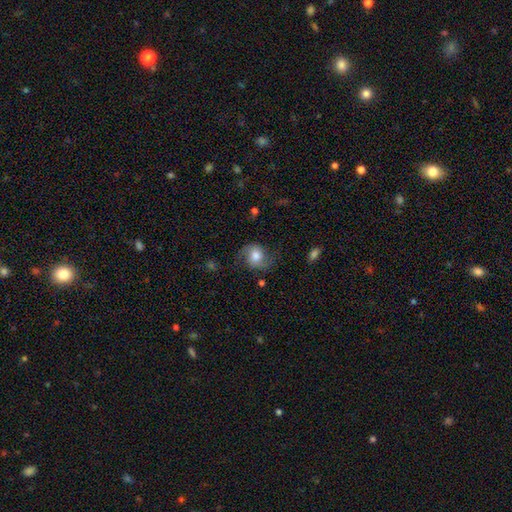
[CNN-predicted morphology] featured or disk 51%, smooth 41%, star or artifact 8%. Down the decision tree: edge-on disk — no (97%); merging — none (65%).